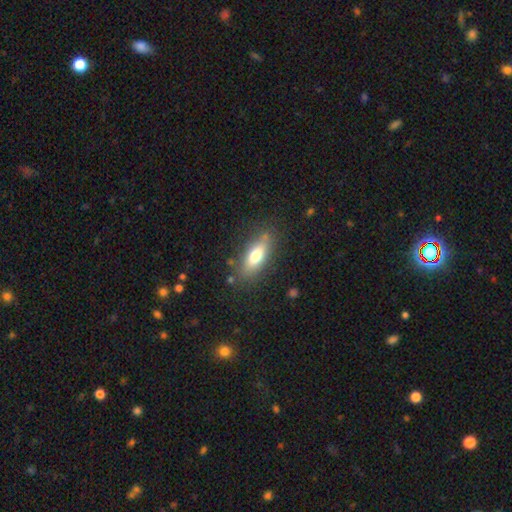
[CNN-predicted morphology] Q: Smooth or featured?
A: smooth (69%); runner-up: featured or disk (23%)
Q: How rounded?
A: in between (70%); runner-up: cigar-shaped (27%)
Q: Merging?
A: none (80%); runner-up: minor disturbance (14%)